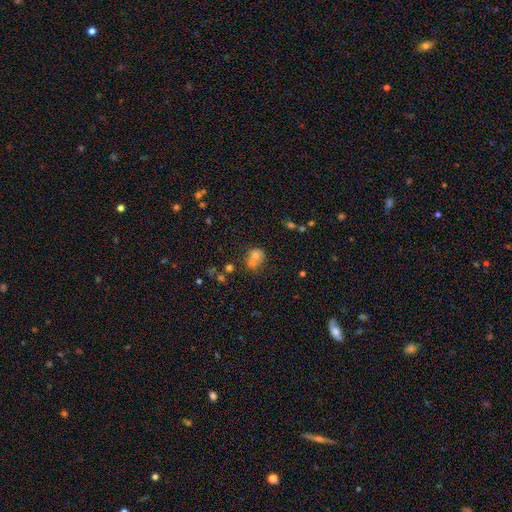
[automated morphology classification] Smooth or featured: smooth — 66% (featured or disk — 19%)
How rounded: round — 63% (in between — 36%)
Merging: merger — 53% (none — 32%)